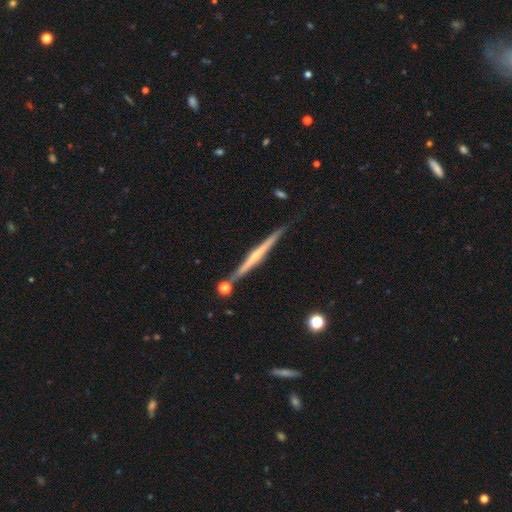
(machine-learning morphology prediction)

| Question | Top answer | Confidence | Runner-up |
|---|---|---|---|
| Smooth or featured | featured or disk | 75% | smooth (19%) |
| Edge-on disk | yes | 98% | no (2%) |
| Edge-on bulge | rounded | 60% | none (34%) |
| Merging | none | 83% | minor disturbance (11%) |